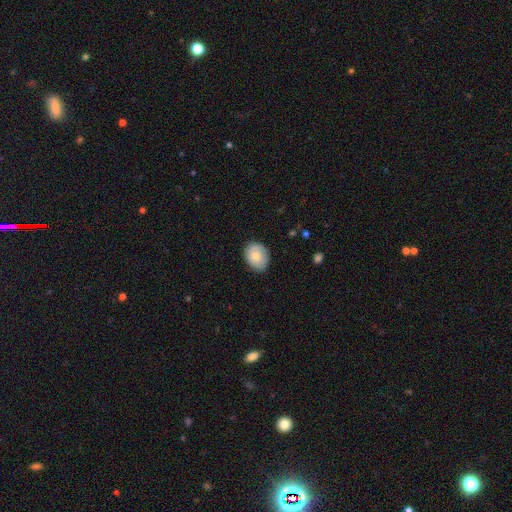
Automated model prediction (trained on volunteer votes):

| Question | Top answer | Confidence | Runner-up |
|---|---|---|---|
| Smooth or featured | smooth | 73% | featured or disk (20%) |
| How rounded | in between | 51% | round (48%) |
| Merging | none | 77% | minor disturbance (18%) |